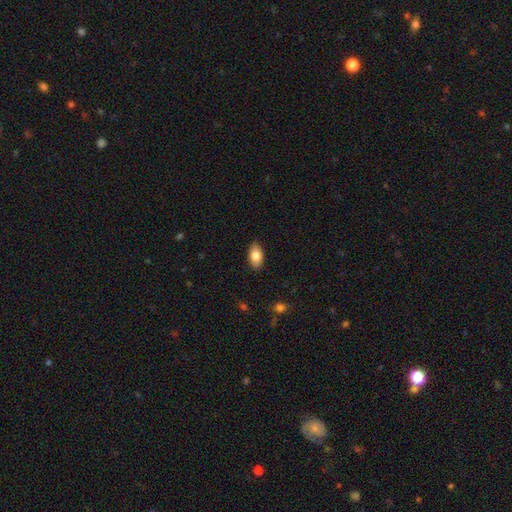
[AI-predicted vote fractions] smooth 82%, featured or disk 11%, star or artifact 7%. Down the decision tree: how rounded — in between (93%); merging — none (88%).